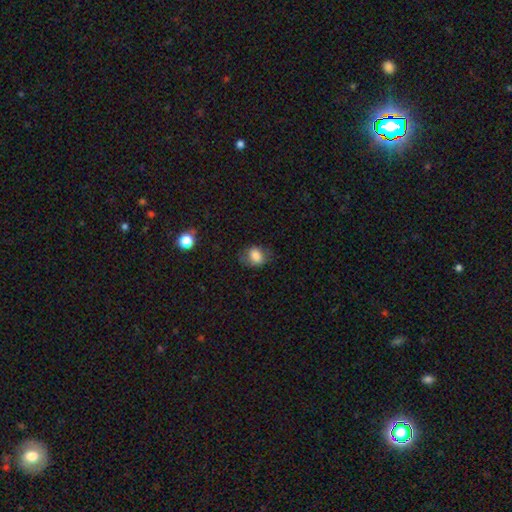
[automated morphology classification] Smooth or featured? Predicted: smooth (p=0.80). How rounded? Predicted: in between (p=0.54). Merging? Predicted: none (p=0.64).